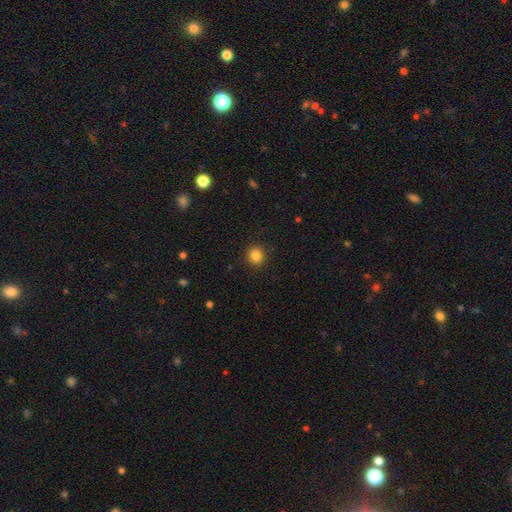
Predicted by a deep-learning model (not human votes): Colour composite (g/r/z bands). It shows a smooth galaxy with no disk features (85%) that is round (90%). Merging: none (91%).